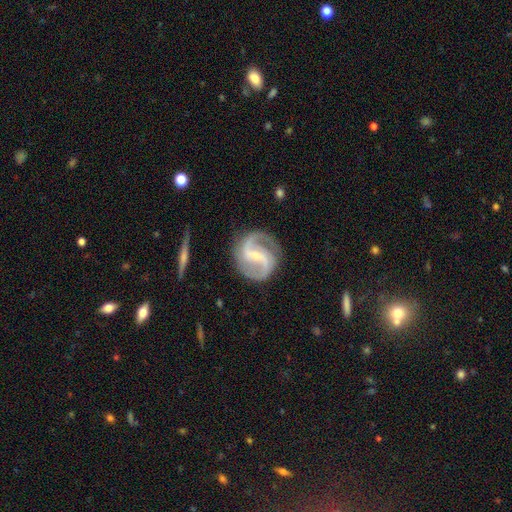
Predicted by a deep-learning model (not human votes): The model was most divided on "bar": strong: 43%, weak: 39%, no: 17%. More confident: edge-on disk — no (97%); spiral arms — yes (97%); spiral arm count — 2 (92%); smooth or featured — featured or disk (90%); merging — none (81%); bulge size — small (68%); spiral winding — medium (54%).